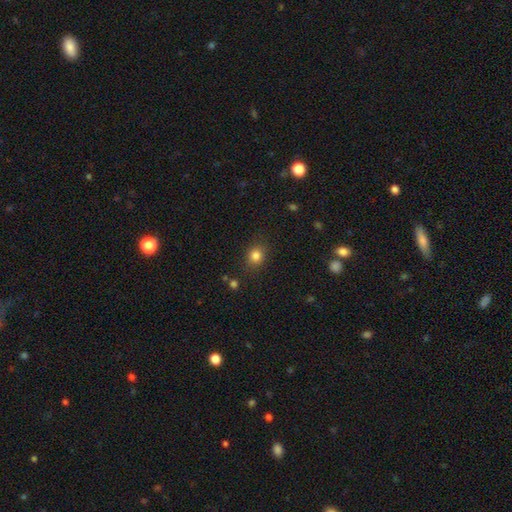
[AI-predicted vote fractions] Smooth or featured?
  - smooth: 82% *
  - star or artifact: 12%
  - featured or disk: 6%
How rounded?
  - round: 69% *
  - in between: 30%
  - cigar-shaped: 1%
Merging?
  - none: 85% *
  - minor disturbance: 10%
  - major disturbance: 3%
  - merger: 2%